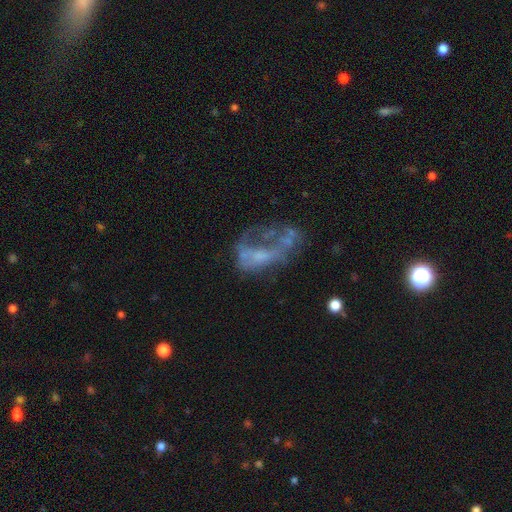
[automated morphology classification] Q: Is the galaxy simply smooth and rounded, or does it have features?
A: featured or disk — 58%.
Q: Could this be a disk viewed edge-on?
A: no — 96%.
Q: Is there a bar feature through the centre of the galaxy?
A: no — 84%.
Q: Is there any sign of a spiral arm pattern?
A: no — 88%.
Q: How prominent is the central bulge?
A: none — 57%.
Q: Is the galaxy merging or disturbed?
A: major disturbance — 40%.